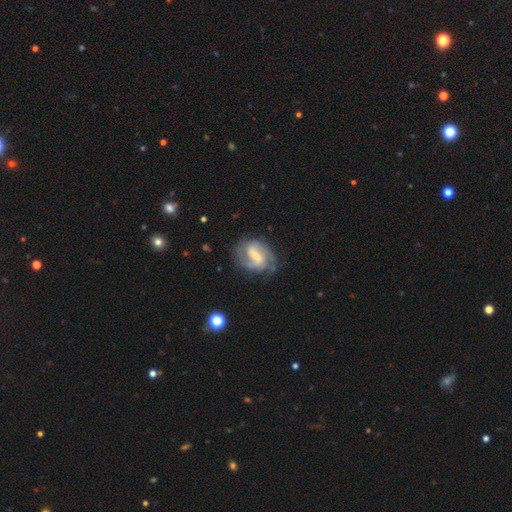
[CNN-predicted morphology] featured or disk 85%, smooth 10%, star or artifact 5%. Down the decision tree: edge-on disk — no (98%); bar — weak (51%); spiral arms — yes (96%); spiral arm count — 2 (72%); spiral winding — medium (50%); bulge size — small (59%); merging — none (71%).